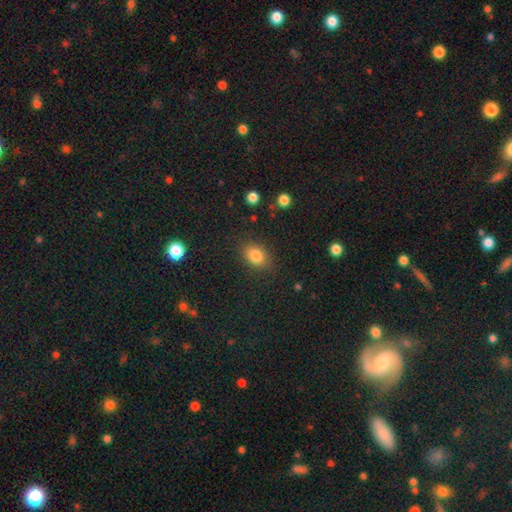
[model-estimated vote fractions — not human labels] The model was most divided on "how rounded": in between: 73%, round: 25%, cigar-shaped: 2%. More confident: merging — none (84%); smooth or featured — smooth (82%).